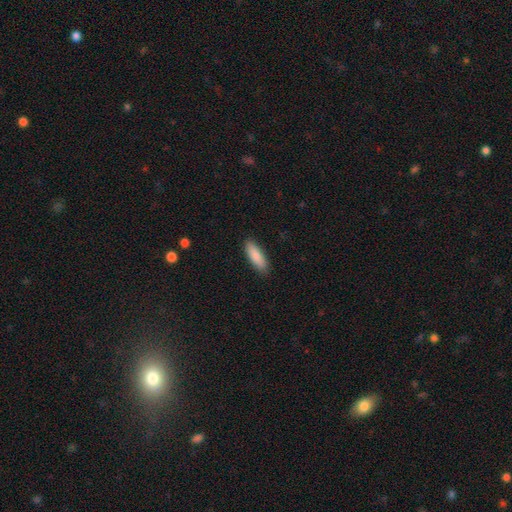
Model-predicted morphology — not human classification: A smooth galaxy with no disk features (86%) that is in between round and cigar-shaped (57%). Merging: none (88%).